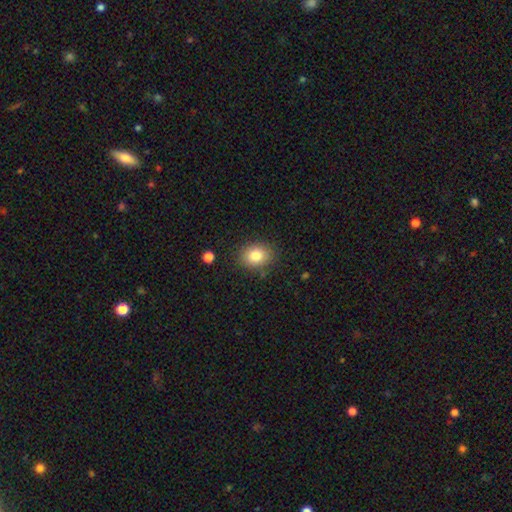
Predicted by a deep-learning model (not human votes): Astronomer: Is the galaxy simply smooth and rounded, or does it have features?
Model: smooth — 82%.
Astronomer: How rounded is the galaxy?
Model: round — 51% (runner-up: in between, 48%).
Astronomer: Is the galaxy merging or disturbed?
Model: none — 85%.